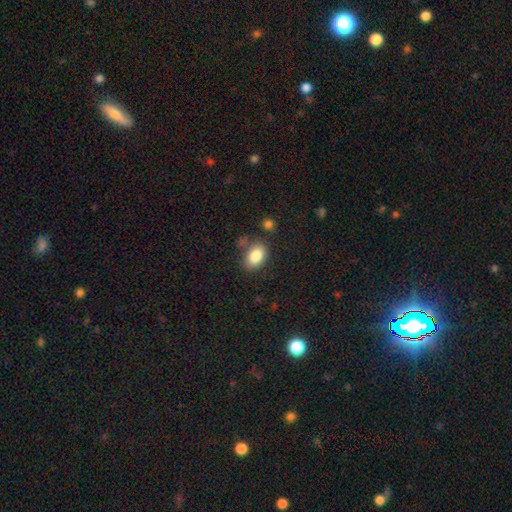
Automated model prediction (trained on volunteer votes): The model was most divided on "merging": none: 71%, minor disturbance: 16%, merger: 8%, major disturbance: 5%. More confident: how rounded — in between (84%); smooth or featured — smooth (84%).